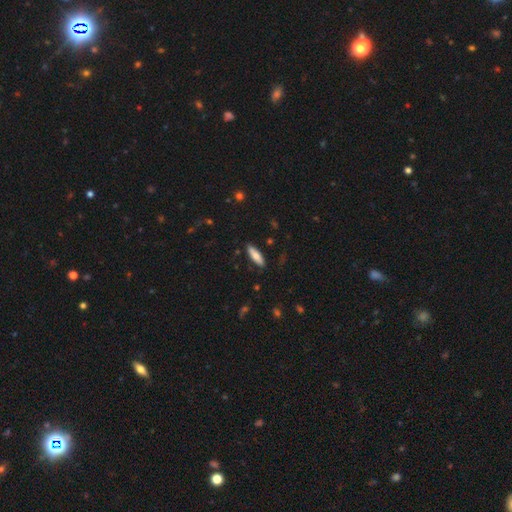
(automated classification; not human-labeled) Smooth or featured? smooth (70%)
How rounded? cigar-shaped (53%)
Merging? none (87%)